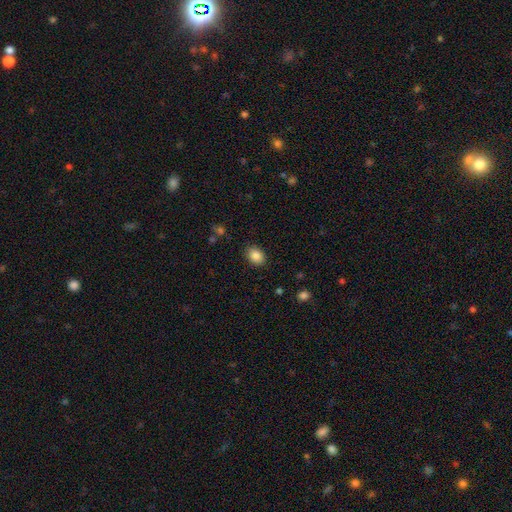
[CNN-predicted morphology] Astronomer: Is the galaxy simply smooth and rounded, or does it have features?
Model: smooth — 87%.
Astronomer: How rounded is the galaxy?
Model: in between — 71%.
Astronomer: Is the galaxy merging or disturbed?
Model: none — 87%.